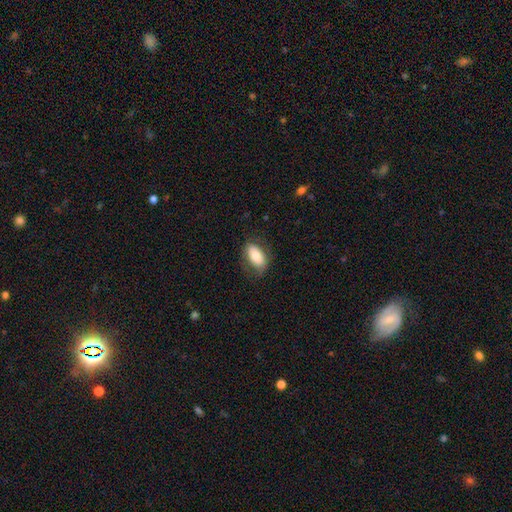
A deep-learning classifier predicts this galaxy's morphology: Overall: smooth (71%). How rounded: in between (91%). Merging: none (72%).